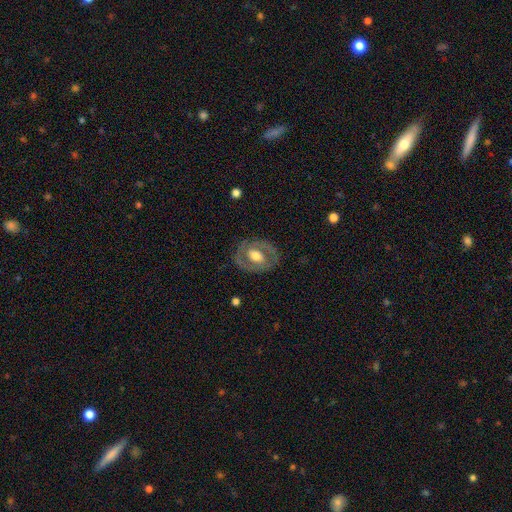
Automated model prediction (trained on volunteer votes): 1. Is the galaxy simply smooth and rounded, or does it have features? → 62% featured or disk, 33% smooth, 5% star or artifact.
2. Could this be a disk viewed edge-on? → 94% no, 6% yes.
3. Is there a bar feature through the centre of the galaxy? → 57% no, 30% weak, 13% strong.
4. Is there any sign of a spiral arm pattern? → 61% no, 39% yes.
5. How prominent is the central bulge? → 55% moderate, 33% large, 7% small, 2% dominant, 2% none.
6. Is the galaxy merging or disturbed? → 79% none, 13% minor disturbance, 6% major disturbance, 1% merger.